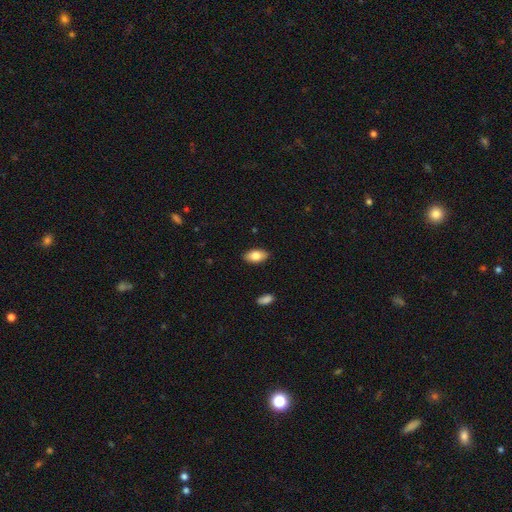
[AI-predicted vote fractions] Smooth or featured: smooth — 81% (featured or disk — 12%)
How rounded: in between — 93% (cigar-shaped — 4%)
Merging: none — 88% (minor disturbance — 9%)